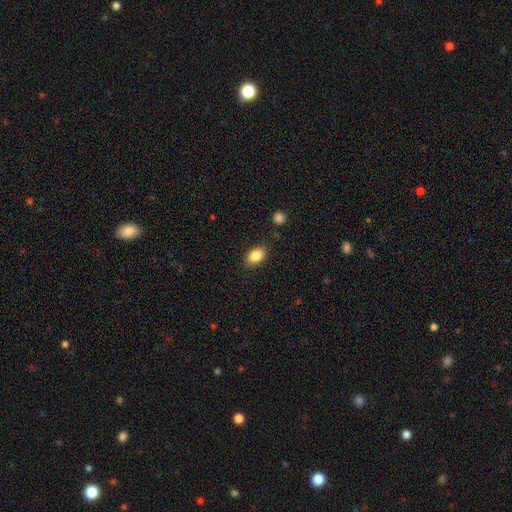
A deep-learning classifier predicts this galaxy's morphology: The model was most divided on "how rounded": in between: 87%, round: 11%, cigar-shaped: 2%. More confident: merging — none (87%); smooth or featured — smooth (85%).